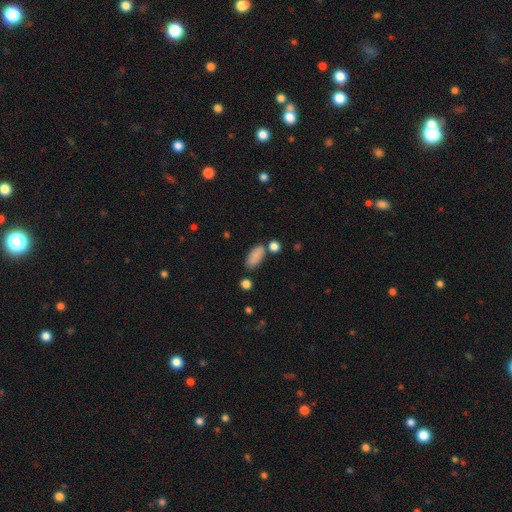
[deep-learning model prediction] smooth 86%, star or artifact 8%, featured or disk 6%. Down the decision tree: how rounded — in between (86%); merging — none (70%).